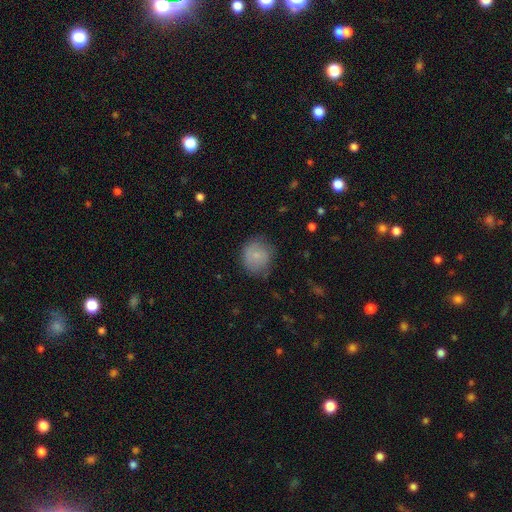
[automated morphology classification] This appears to be a smooth galaxy with no disk features (74%) that is round (83%). Merging: none (67%).